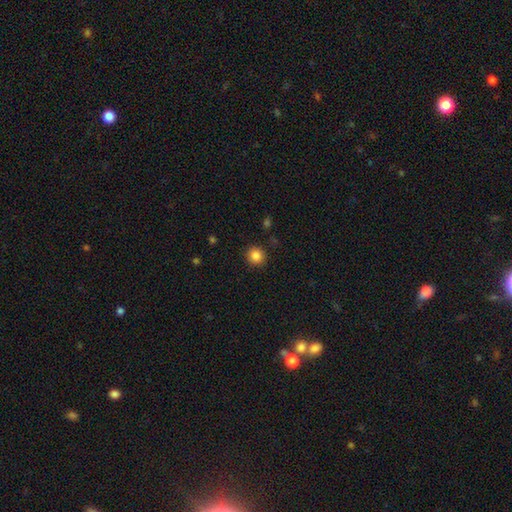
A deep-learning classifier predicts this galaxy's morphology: type=smooth (85%); roundness=round (93%); merging=none (91%).